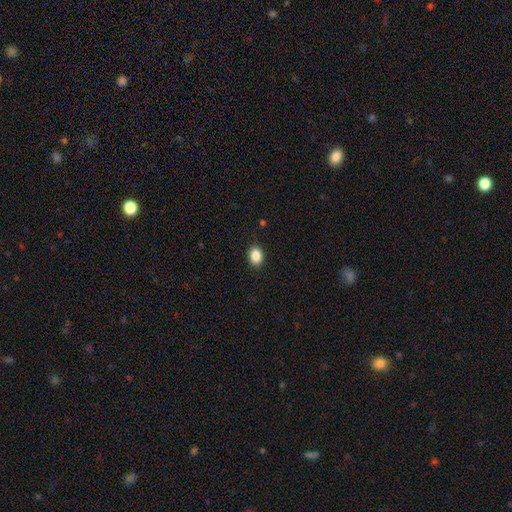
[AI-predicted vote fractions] smooth_or_featured: smooth (p=0.88) [alt: star or artifact p=0.09]
how_rounded: in between (p=0.66) [alt: round p=0.33]
merging: none (p=0.90) [alt: minor disturbance p=0.07]